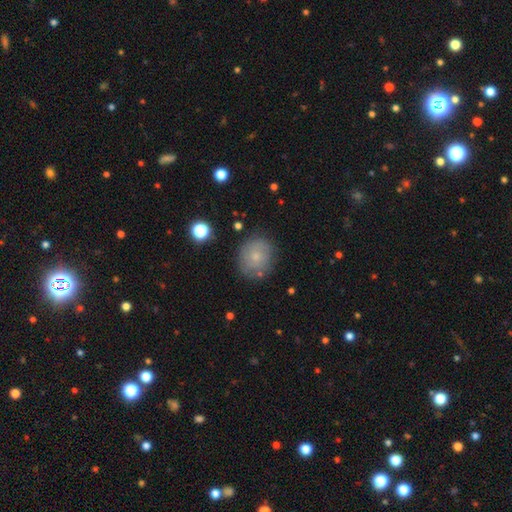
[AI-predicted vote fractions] smooth_or_featured: smooth (p=0.62) [alt: featured or disk p=0.27]
how_rounded: round (p=0.76) [alt: in between p=0.23]
merging: none (p=0.77) [alt: minor disturbance p=0.15]